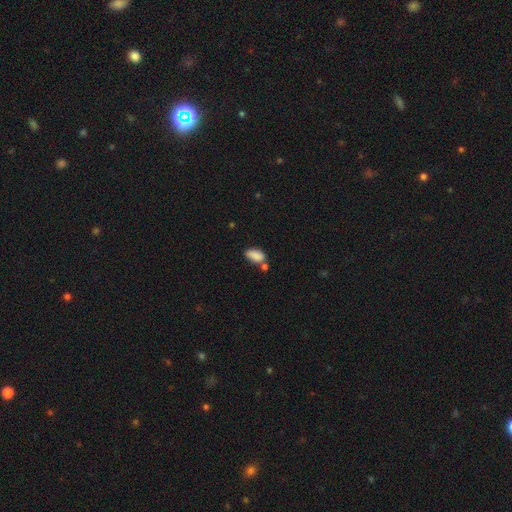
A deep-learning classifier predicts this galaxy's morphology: Overall: smooth (85%). How rounded: in between (91%). Merging: none (52%; merger 23%).